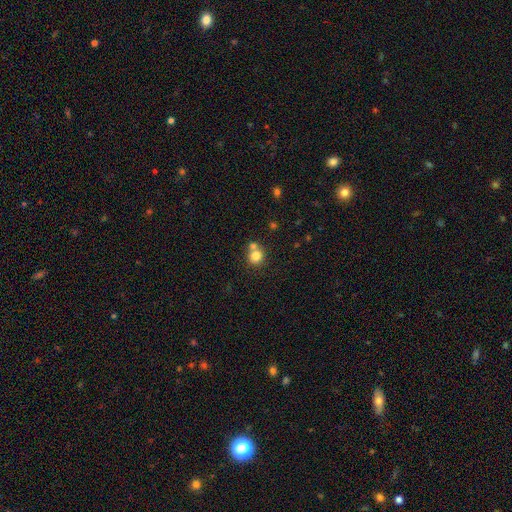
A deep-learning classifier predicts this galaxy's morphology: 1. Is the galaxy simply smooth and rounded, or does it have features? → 80% smooth, 11% star or artifact, 9% featured or disk.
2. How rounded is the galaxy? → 87% round, 12% in between, 1% cigar-shaped.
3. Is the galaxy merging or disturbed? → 54% none, 35% merger, 8% minor disturbance, 3% major disturbance.